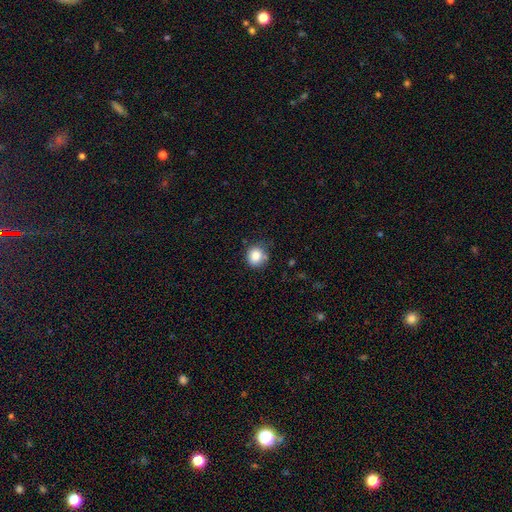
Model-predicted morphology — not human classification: Smooth or featured?
  - smooth: 84% *
  - star or artifact: 10%
  - featured or disk: 6%
How rounded?
  - round: 88% *
  - in between: 11%
  - cigar-shaped: 1%
Merging?
  - none: 73% *
  - minor disturbance: 19%
  - major disturbance: 4%
  - merger: 4%